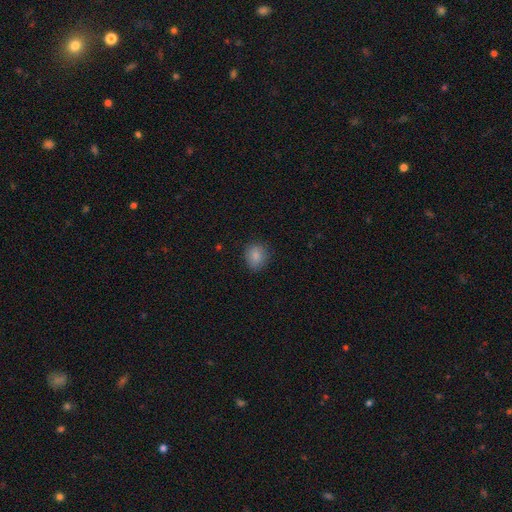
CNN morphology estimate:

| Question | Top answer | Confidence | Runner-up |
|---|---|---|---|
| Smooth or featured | smooth | 86% | star or artifact (9%) |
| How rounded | round | 72% | in between (27%) |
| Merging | none | 83% | minor disturbance (13%) |